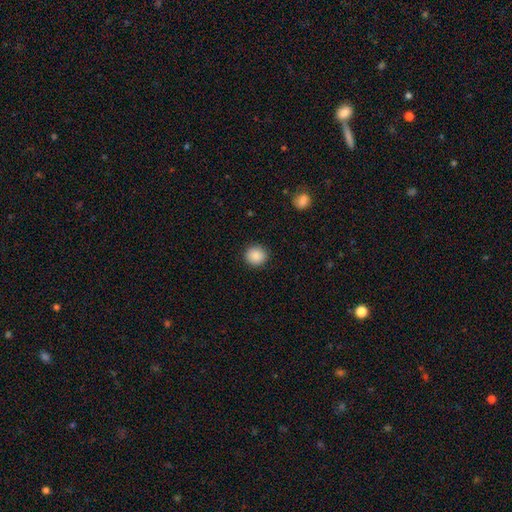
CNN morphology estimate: Smooth or featured?
  - smooth: 88% *
  - star or artifact: 8%
  - featured or disk: 3%
How rounded?
  - round: 91% *
  - in between: 8%
  - cigar-shaped: 1%
Merging?
  - none: 92% *
  - minor disturbance: 5%
  - major disturbance: 2%
  - merger: 1%